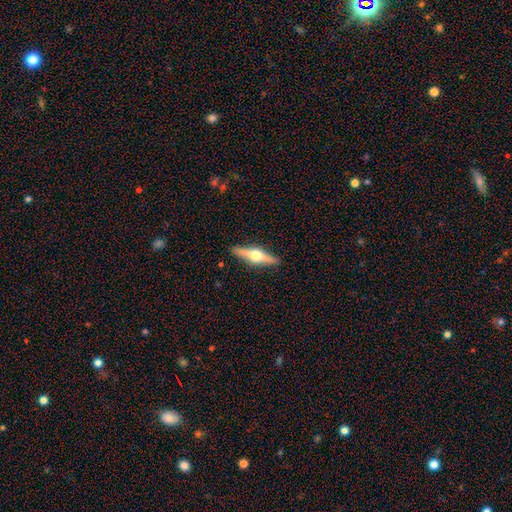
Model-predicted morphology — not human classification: smooth_or_featured: featured or disk (p=0.73) [alt: smooth p=0.21]
disk_edge_on: yes (p=0.97) [alt: no p=0.03]
edge_on_bulge: rounded (p=0.96) [alt: boxy p=0.03]
merging: none (p=0.90) [alt: minor disturbance p=0.07]